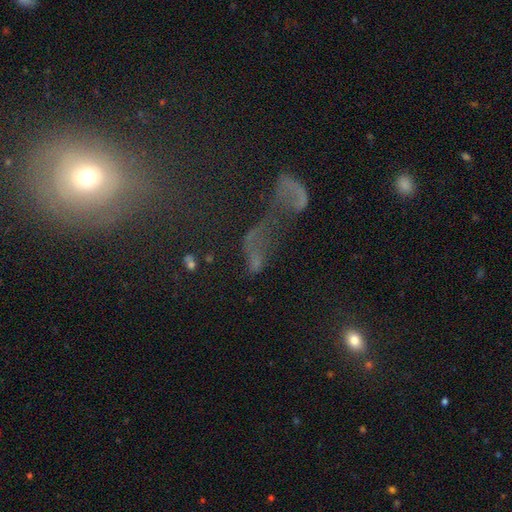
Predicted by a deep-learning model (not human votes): A star or artifact, not a galaxy (36%).

Vote fractions:
- Smooth or featured? star or artifact: 36% / smooth: 32% / featured or disk: 32%